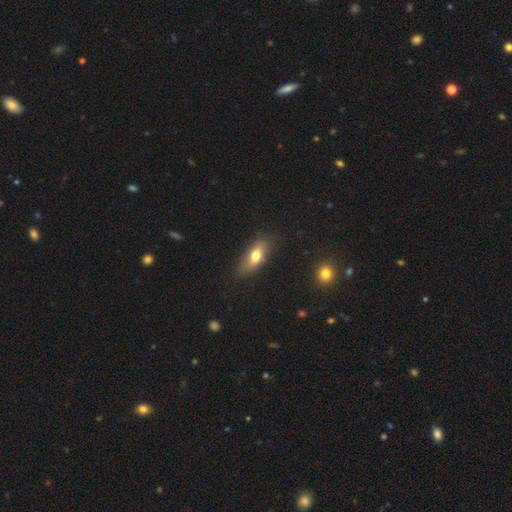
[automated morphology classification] A smooth galaxy with no disk features (70%) that is in between round and cigar-shaped (74%).

Vote fractions:
- Smooth or featured? smooth: 70% / featured or disk: 22% / star or artifact: 8%
- How rounded? in between: 74% / cigar-shaped: 20% / round: 6%
- Merging? none: 76% / minor disturbance: 18% / major disturbance: 5% / merger: 2%